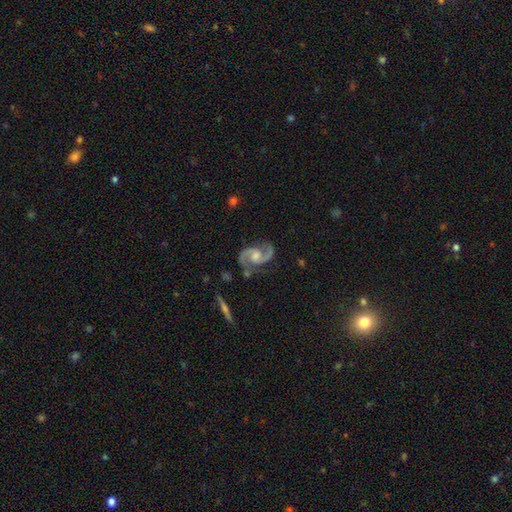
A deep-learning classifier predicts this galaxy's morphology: Smooth or featured? featured or disk (92%)
Edge-on disk? no (98%)
Bar? no (48%)
Spiral arms? yes (98%)
Spiral winding? medium (58%)
Spiral arm count? 2 (94%)
Bulge size? moderate (49%)
Merging? none (77%)